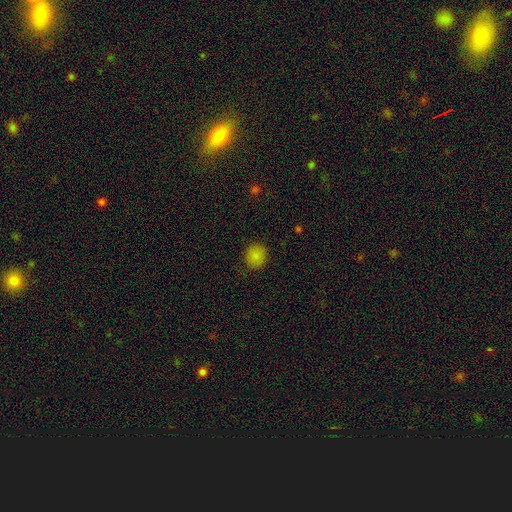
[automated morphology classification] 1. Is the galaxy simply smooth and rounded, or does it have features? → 84% smooth, 12% star or artifact, 4% featured or disk.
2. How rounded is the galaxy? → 80% round, 19% in between, 1% cigar-shaped.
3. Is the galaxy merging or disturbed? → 87% none, 10% minor disturbance, 3% major disturbance, 1% merger.